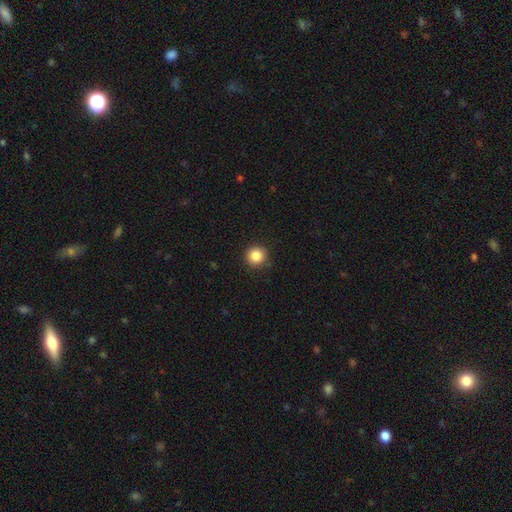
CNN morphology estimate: Overall: smooth (86%). How rounded: round (94%). Merging: none (91%).